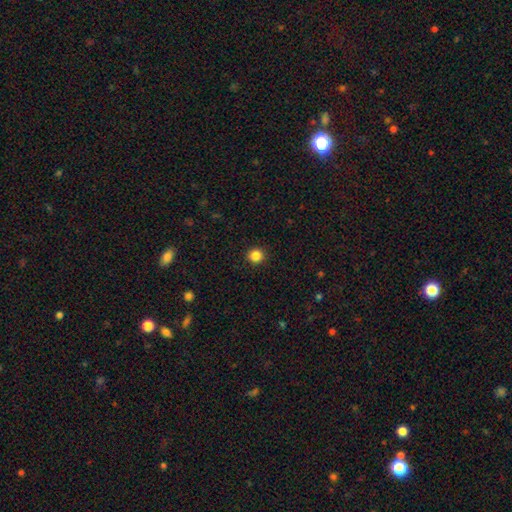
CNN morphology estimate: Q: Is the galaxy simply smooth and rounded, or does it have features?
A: smooth — 85%.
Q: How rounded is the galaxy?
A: round — 92%.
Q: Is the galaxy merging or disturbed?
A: none — 92%.